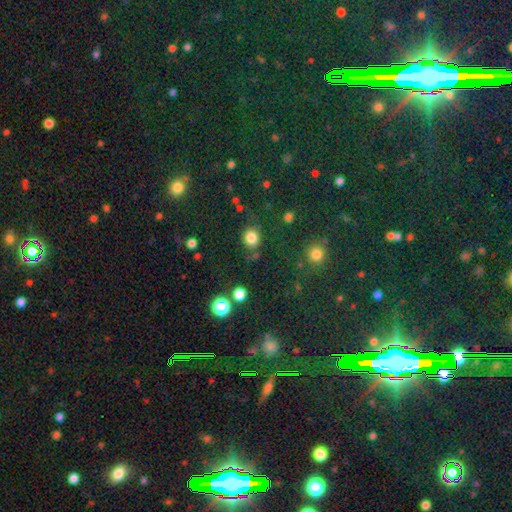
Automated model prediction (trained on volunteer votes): This appears to be a star or artifact, not a galaxy (75%).